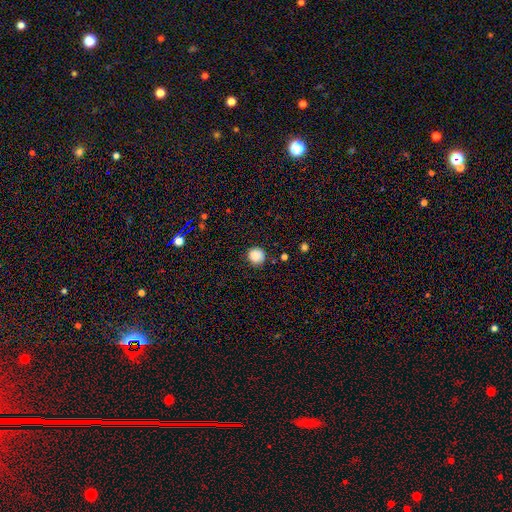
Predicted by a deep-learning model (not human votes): Smooth or featured: smooth — 87% (star or artifact — 10%)
How rounded: round — 92% (in between — 7%)
Merging: none — 85% (minor disturbance — 10%)